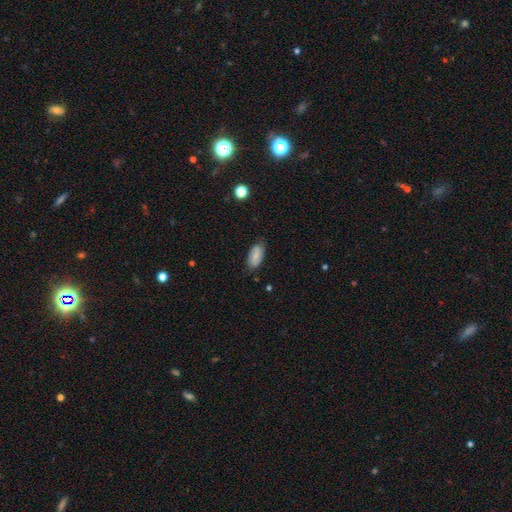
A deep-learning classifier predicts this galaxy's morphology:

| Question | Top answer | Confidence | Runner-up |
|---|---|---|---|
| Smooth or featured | smooth | 65% | featured or disk (28%) |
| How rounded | in between | 91% | cigar-shaped (6%) |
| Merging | none | 79% | minor disturbance (16%) |